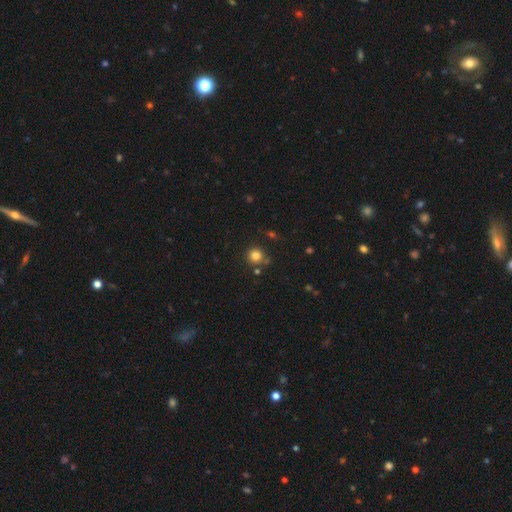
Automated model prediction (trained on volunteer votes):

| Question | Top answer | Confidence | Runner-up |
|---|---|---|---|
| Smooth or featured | smooth | 81% | star or artifact (13%) |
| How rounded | round | 91% | in between (8%) |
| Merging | none | 79% | minor disturbance (10%) |